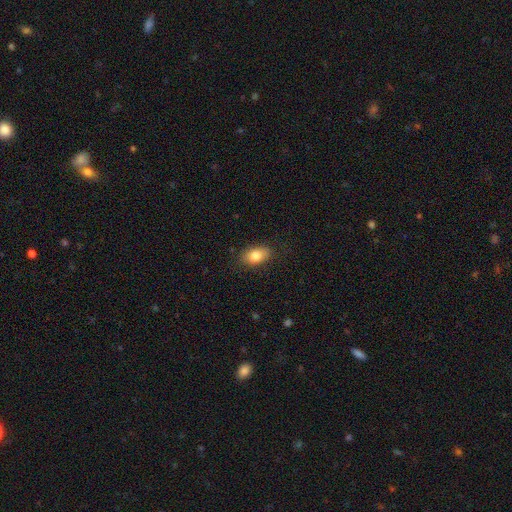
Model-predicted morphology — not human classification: A smooth galaxy with no disk features (82%) that is in between round and cigar-shaped (87%).

Vote fractions:
- Smooth or featured? smooth: 82% / featured or disk: 10% / star or artifact: 8%
- How rounded? in between: 87% / round: 11% / cigar-shaped: 2%
- Merging? none: 81% / minor disturbance: 14% / major disturbance: 4% / merger: 1%